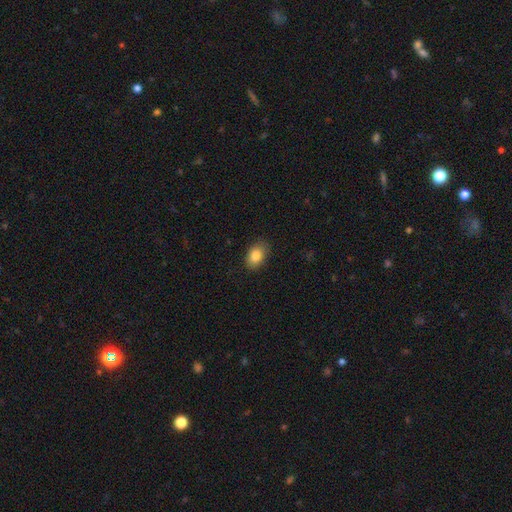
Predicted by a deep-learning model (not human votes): Smooth or featured: smooth — 84% (star or artifact — 8%)
How rounded: in between — 83% (round — 16%)
Merging: none — 86% (minor disturbance — 11%)